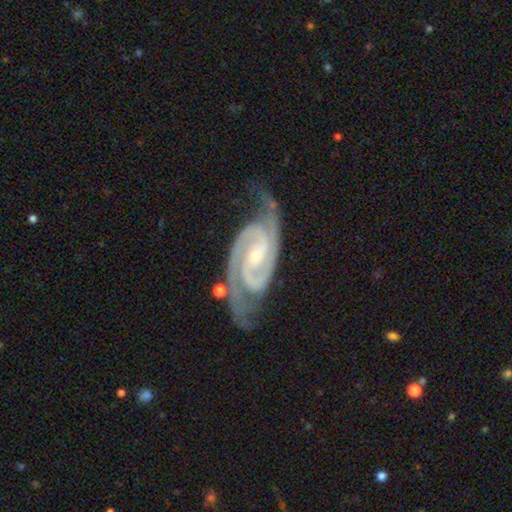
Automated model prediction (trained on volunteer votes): Q: Smooth or featured?
A: featured or disk (94%); runner-up: star or artifact (4%)
Q: Edge-on disk?
A: no (97%); runner-up: yes (3%)
Q: Bar?
A: weak (39%); runner-up: no (33%)
Q: Spiral arms?
A: yes (99%); runner-up: no (1%)
Q: Spiral winding?
A: tight (54%); runner-up: medium (41%)
Q: Spiral arm count?
A: 2 (90%); runner-up: 3 (4%)
Q: Bulge size?
A: small (69%); runner-up: moderate (27%)
Q: Merging?
A: none (71%); runner-up: minor disturbance (20%)